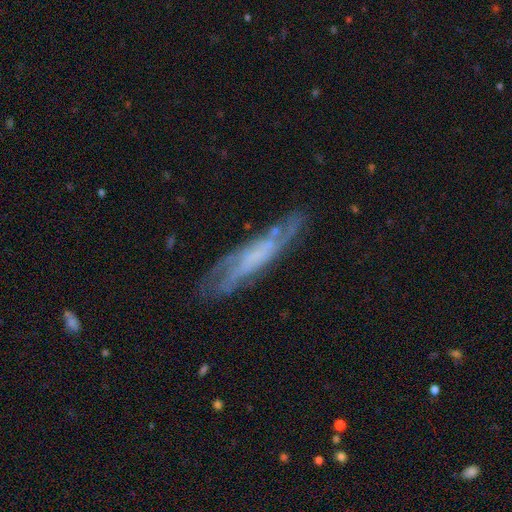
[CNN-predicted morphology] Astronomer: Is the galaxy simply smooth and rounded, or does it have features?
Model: featured or disk — 69%.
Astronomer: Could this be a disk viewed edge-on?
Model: no — 53% (runner-up: yes, 47%).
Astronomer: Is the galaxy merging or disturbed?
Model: none — 68%.